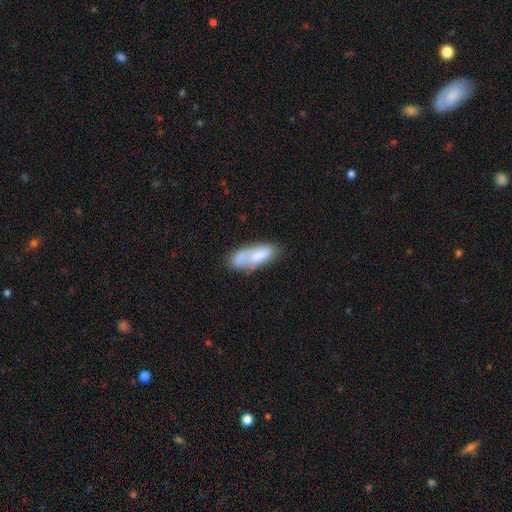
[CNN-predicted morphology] Smooth or featured? Predicted: smooth (p=0.63). How rounded? Predicted: in between (p=0.69). Merging? Predicted: none (p=0.48).